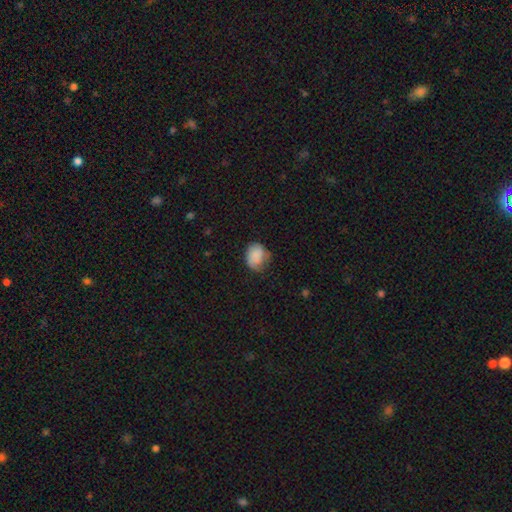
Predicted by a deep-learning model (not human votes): A smooth galaxy with no disk features (83%) that is in between round and cigar-shaped (54%).

Vote fractions:
- Smooth or featured? smooth: 83% / featured or disk: 9% / star or artifact: 8%
- How rounded? in between: 54% / round: 45% / cigar-shaped: 1%
- Merging? none: 52% / minor disturbance: 35% / major disturbance: 12% / merger: 2%